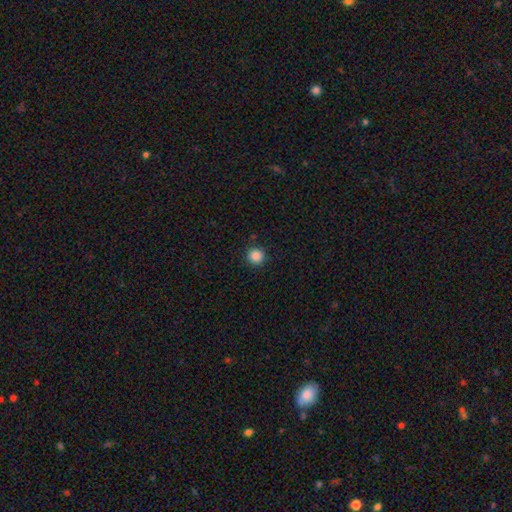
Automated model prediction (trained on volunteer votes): Morphology: type=smooth (87%); roundness=round (95%); merging=none (91%).